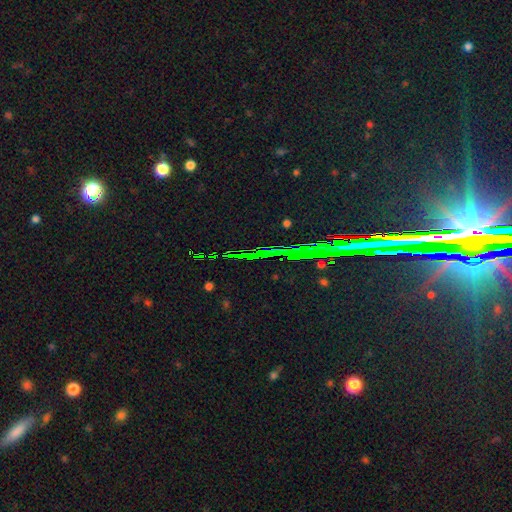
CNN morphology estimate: smooth-or-featured: star or artifact: 81% | featured or disk: 10% | smooth: 9%